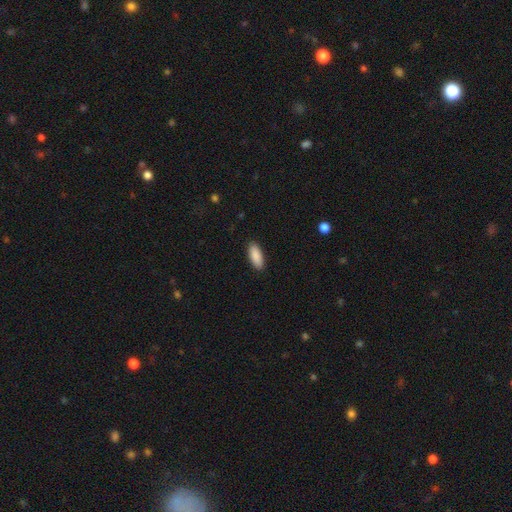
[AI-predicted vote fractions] smooth_or_featured: smooth (p=0.90) [alt: star or artifact p=0.06]
how_rounded: in between (p=0.77) [alt: cigar-shaped p=0.21]
merging: none (p=0.90) [alt: minor disturbance p=0.08]